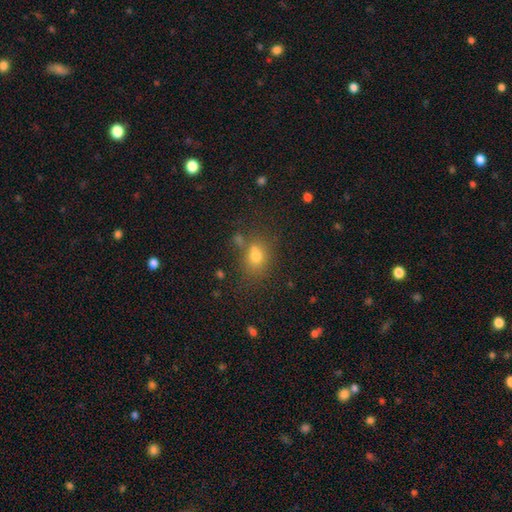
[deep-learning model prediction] This appears to be a smooth galaxy with no disk features (70%) that is round (51%). Merging: none (63%).